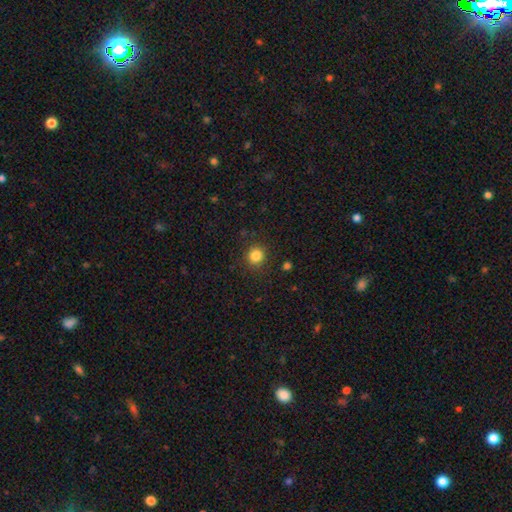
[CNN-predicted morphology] Smooth or featured? smooth (84%)
How rounded? round (90%)
Merging? none (89%)